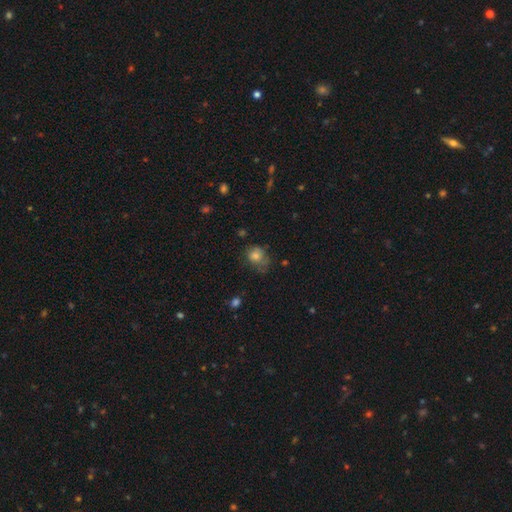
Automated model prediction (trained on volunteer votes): Morphology: type=smooth (75%); roundness=round (59%); merging=none (42%).